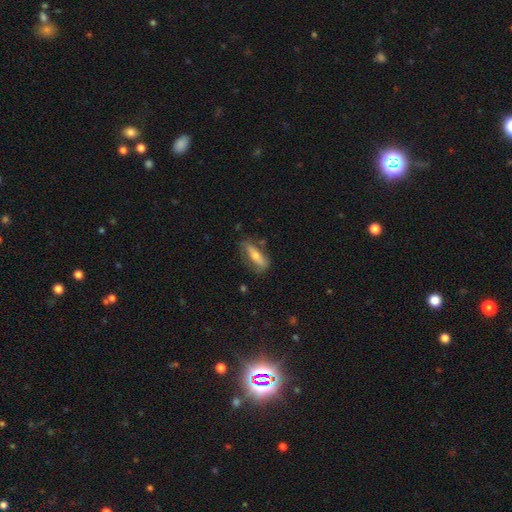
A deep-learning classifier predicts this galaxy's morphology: Smooth or featured? smooth (50%)
Merging? none (65%)